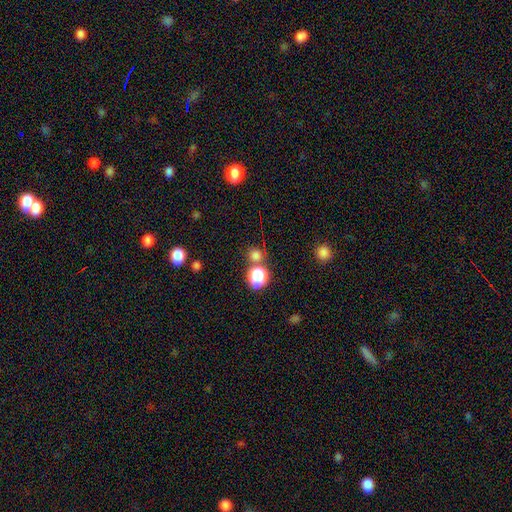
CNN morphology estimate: Overall: smooth (72%). How rounded: round (90%). Merging: none (73%).